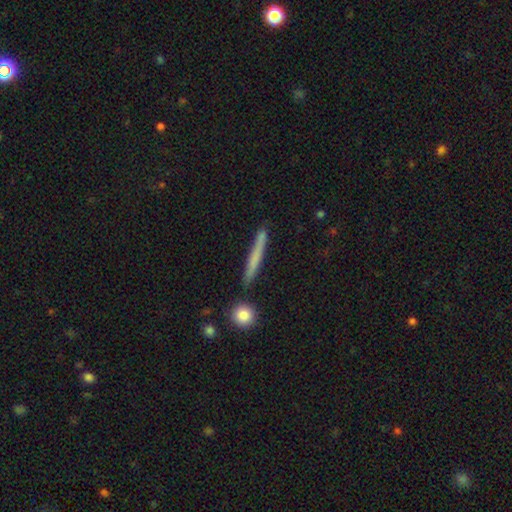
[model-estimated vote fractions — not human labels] A smooth galaxy with no disk features (58%) that is cigar-shaped (95%).

Vote fractions:
- Smooth or featured? smooth: 58% / featured or disk: 36% / star or artifact: 7%
- How rounded? cigar-shaped: 95% / in between: 3% / round: 2%
- Merging? none: 87% / minor disturbance: 9% / merger: 3% / major disturbance: 2%